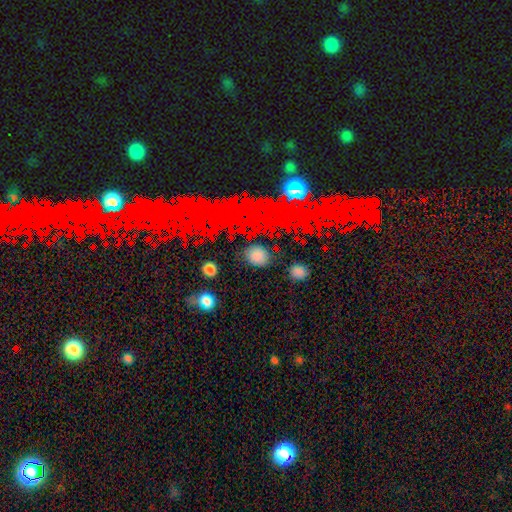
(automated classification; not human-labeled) This is likely a smooth galaxy (64%). How rounded: likely round (65%). Merging: clearly none (85%).